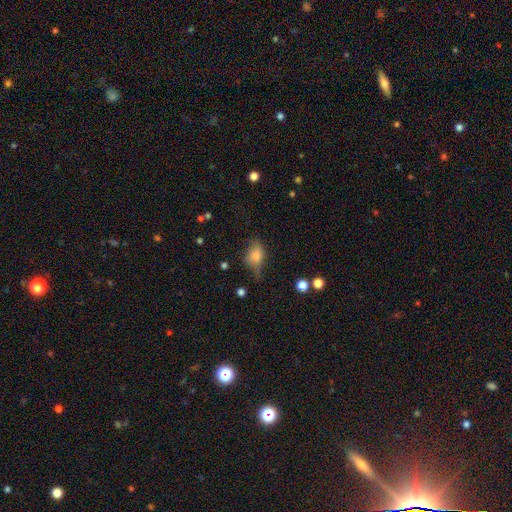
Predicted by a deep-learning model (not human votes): Smooth or featured: smooth — 66% (featured or disk — 22%)
How rounded: in between — 75% (round — 20%)
Merging: none — 47% (minor disturbance — 34%)